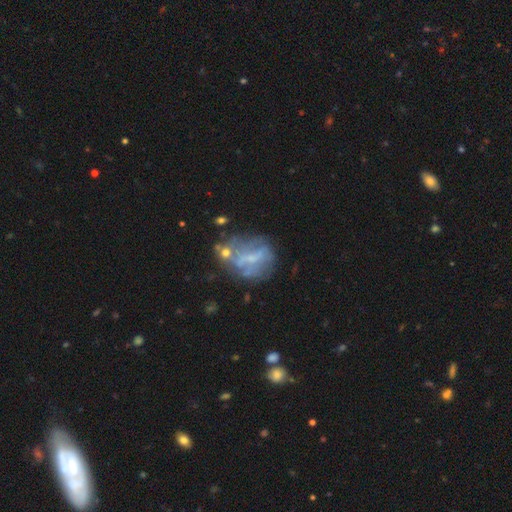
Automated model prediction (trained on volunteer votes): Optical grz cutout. It shows a featured or disk galaxy (57%) with no bar (53%), no spiral arms (72%) and no central bulge (47%). Merging: none (40%).